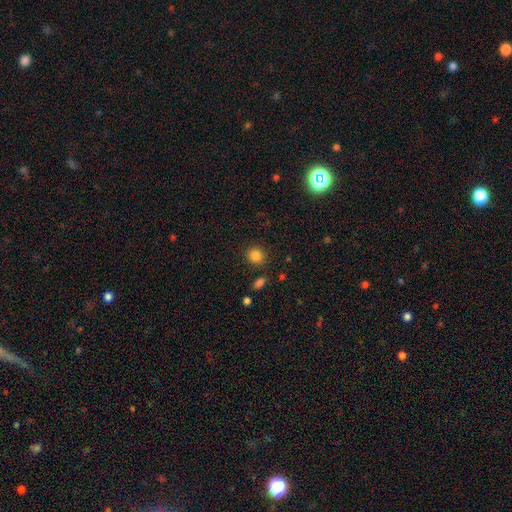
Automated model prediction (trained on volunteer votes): The model was most divided on "how rounded": round: 85%, in between: 14%, cigar-shaped: 1%. More confident: merging — none (87%); smooth or featured — smooth (84%).